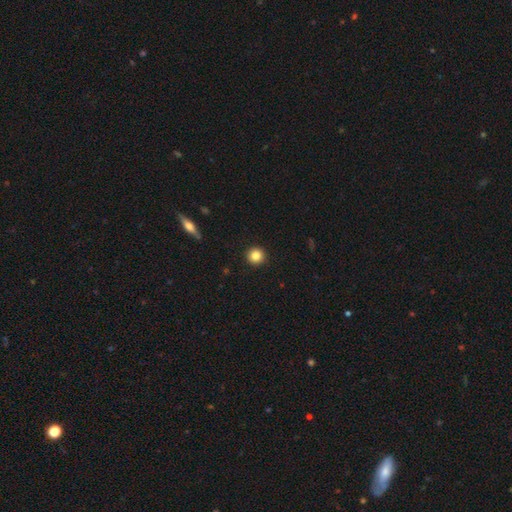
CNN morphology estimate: Smooth or featured?
  - smooth: 84% *
  - star or artifact: 10%
  - featured or disk: 6%
How rounded?
  - round: 95% *
  - in between: 4%
  - cigar-shaped: 1%
Merging?
  - none: 93% *
  - minor disturbance: 5%
  - major disturbance: 2%
  - merger: 1%